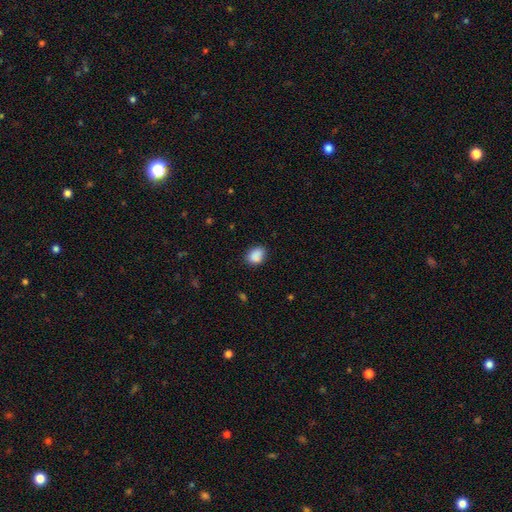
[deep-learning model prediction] Overall: smooth (87%). How rounded: in between (68%; round 31%). Merging: none (77%).